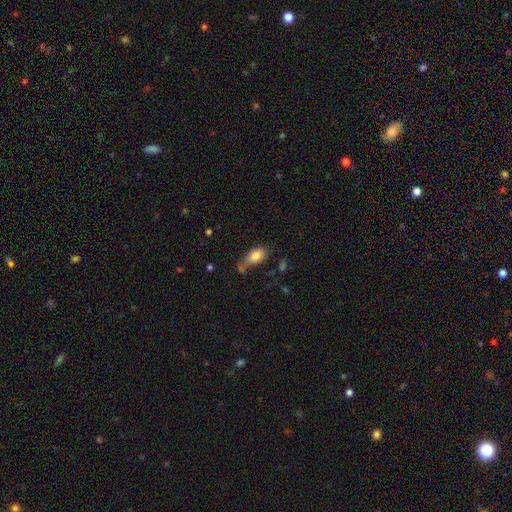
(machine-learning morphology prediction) smooth_or_featured: smooth (p=0.81) [alt: featured or disk p=0.11]
how_rounded: in between (p=0.88) [alt: round p=0.07]
merging: none (p=0.42) [alt: minor disturbance p=0.26]